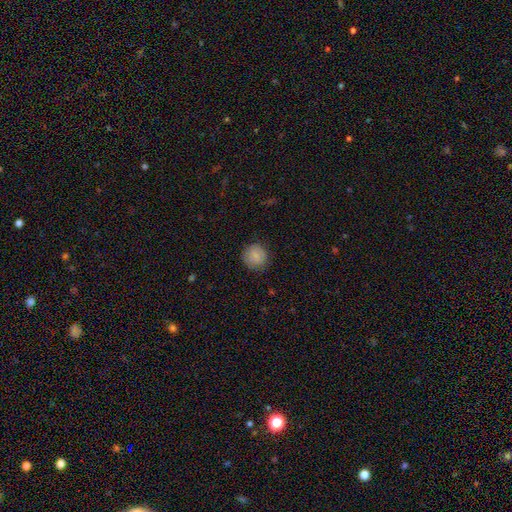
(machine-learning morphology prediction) Q: Smooth or featured?
A: smooth (83%); runner-up: featured or disk (9%)
Q: How rounded?
A: round (90%); runner-up: in between (9%)
Q: Merging?
A: none (82%); runner-up: minor disturbance (13%)